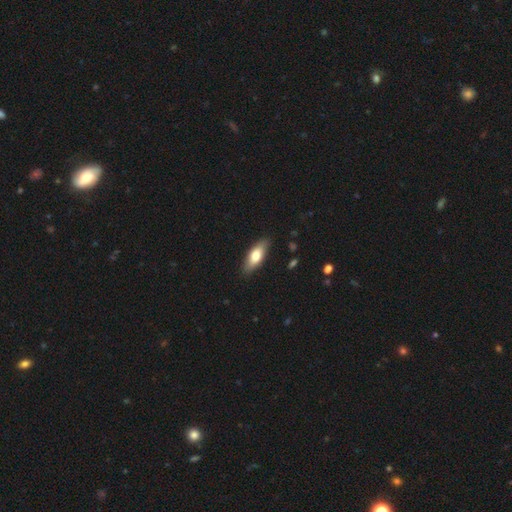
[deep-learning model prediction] A smooth galaxy with no disk features (72%) that is in between round and cigar-shaped (71%).

Vote fractions:
- Smooth or featured? smooth: 72% / featured or disk: 22% / star or artifact: 6%
- How rounded? in between: 71% / cigar-shaped: 27% / round: 2%
- Merging? none: 87% / minor disturbance: 10% / major disturbance: 2% / merger: 1%